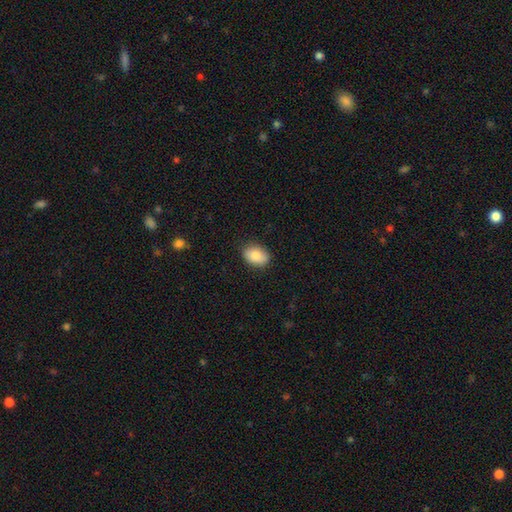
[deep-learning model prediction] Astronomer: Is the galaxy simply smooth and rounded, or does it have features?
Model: smooth — 86%.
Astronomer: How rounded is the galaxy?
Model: in between — 84%.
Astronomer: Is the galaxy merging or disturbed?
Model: none — 85%.